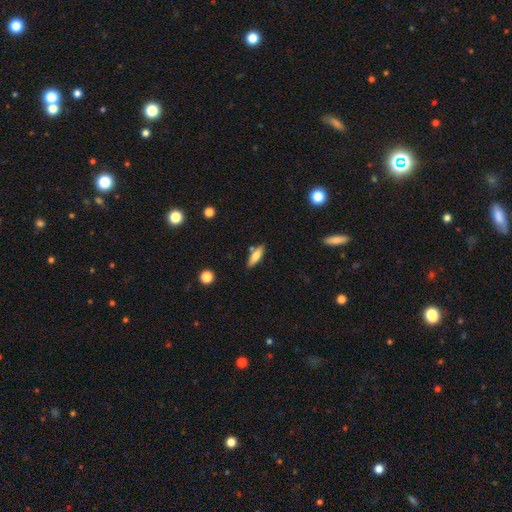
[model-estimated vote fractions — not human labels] Overall: smooth (68%). How rounded: in between (54%; cigar-shaped 43%). Merging: none (79%).